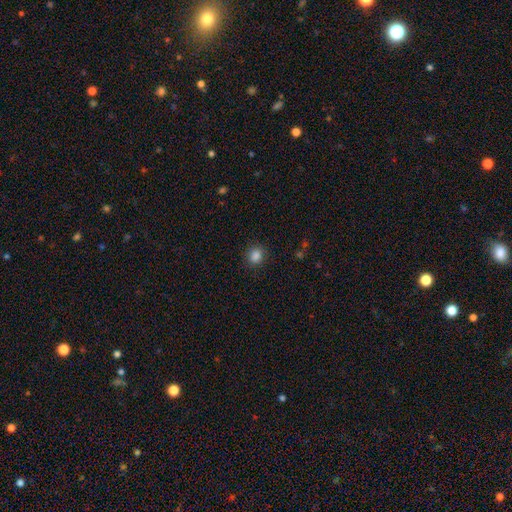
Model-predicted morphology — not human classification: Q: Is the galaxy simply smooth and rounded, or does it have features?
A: smooth — 85%.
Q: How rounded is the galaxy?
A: round — 73%.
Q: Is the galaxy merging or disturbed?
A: none — 88%.